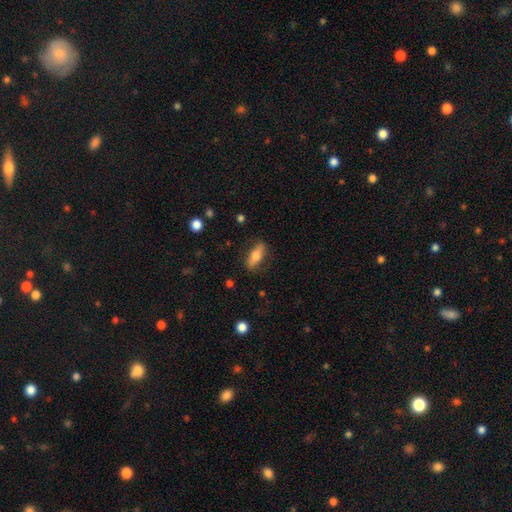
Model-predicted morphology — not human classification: The model was most divided on "how rounded": in between: 66%, cigar-shaped: 31%, round: 4%. More confident: merging — none (82%); smooth or featured — smooth (67%).